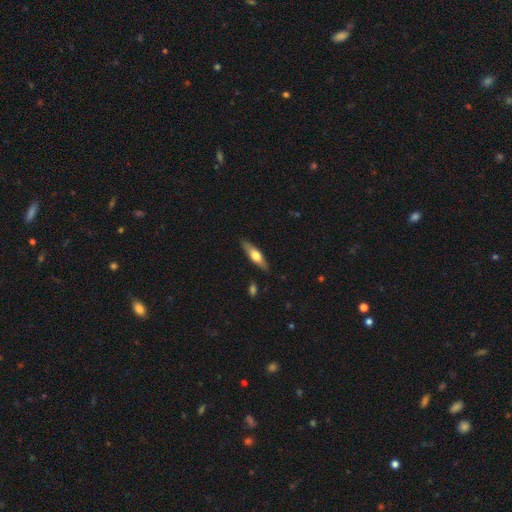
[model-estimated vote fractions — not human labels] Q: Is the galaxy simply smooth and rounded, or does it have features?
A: smooth — 52%.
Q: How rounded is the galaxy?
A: cigar-shaped — 61%.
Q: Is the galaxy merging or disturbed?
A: none — 86%.